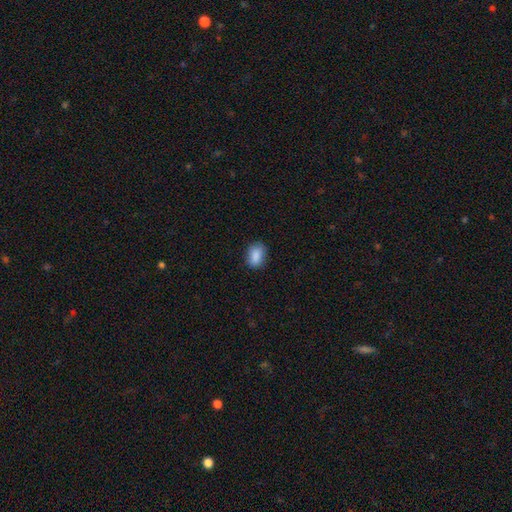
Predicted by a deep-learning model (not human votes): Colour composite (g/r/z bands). It shows a smooth galaxy with no disk features (88%) that is in between round and cigar-shaped (83%). Merging: none (81%).